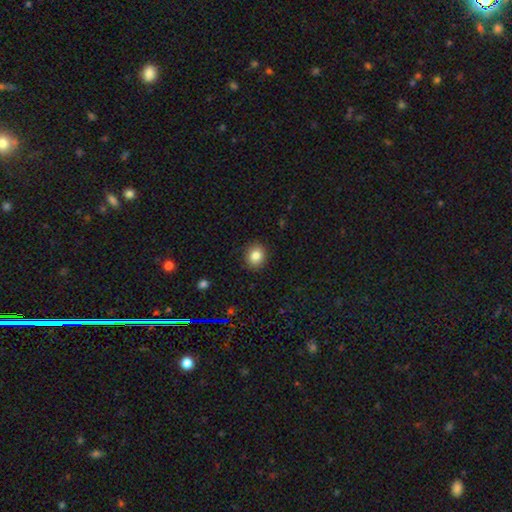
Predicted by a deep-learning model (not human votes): Smooth or featured? Predicted: smooth (p=0.84). How rounded? Predicted: round (p=0.77). Merging? Predicted: none (p=0.90).